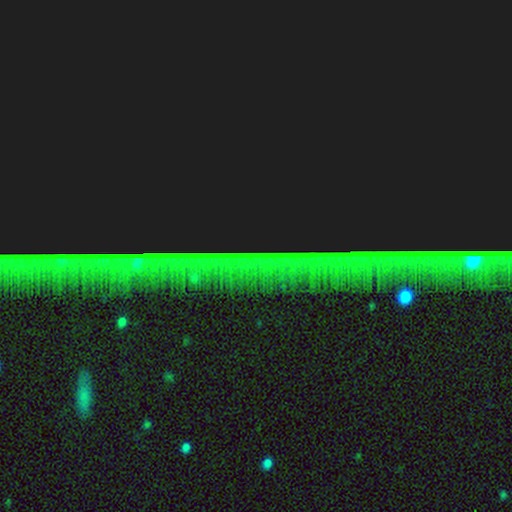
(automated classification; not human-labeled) Smooth or featured?
  - star or artifact: 85% *
  - featured or disk: 8%
  - smooth: 7%